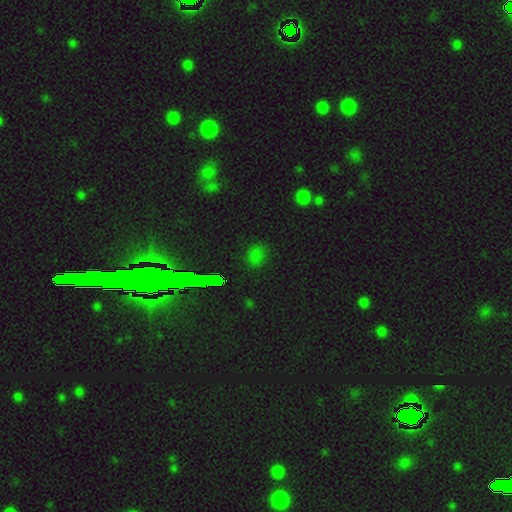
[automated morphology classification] Q: Smooth or featured?
A: smooth (54%); runner-up: star or artifact (38%)
Q: How rounded?
A: round (59%); runner-up: in between (38%)
Q: Merging?
A: none (83%); runner-up: minor disturbance (11%)